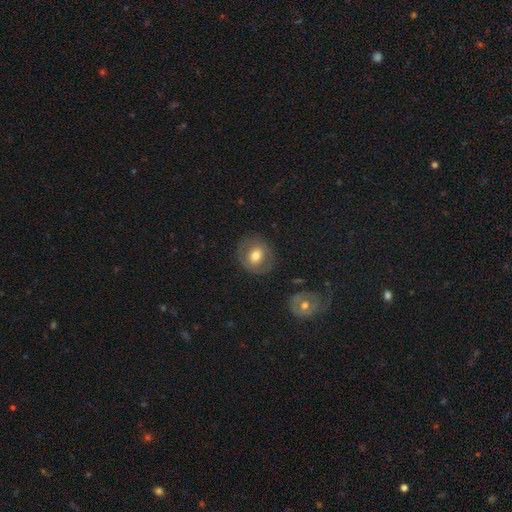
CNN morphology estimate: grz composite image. It shows a smooth galaxy with no disk features (59%) that is round (77%). Merging: none (81%).